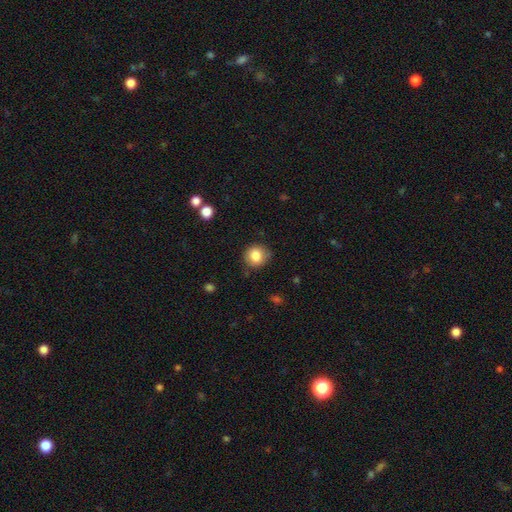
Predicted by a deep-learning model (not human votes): Smooth or featured? smooth (84%)
How rounded? round (87%)
Merging? none (82%)